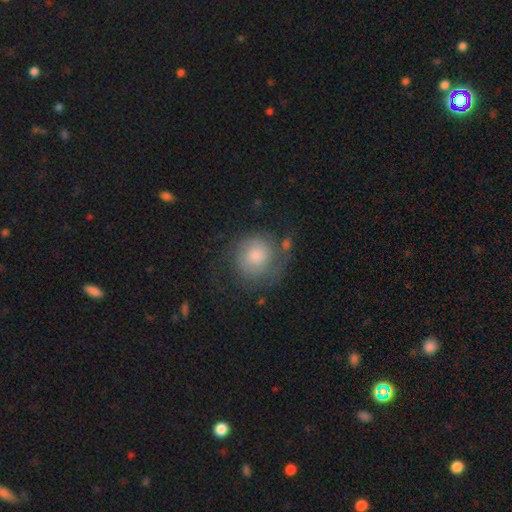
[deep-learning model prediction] Overall: smooth (46%; featured or disk 45%). Merging: none (59%; minor disturbance 21%).